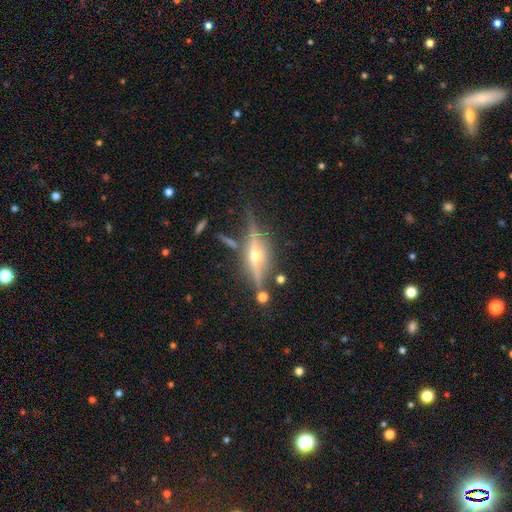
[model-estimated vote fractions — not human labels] Overall: featured or disk (80%). Edge-on disk: yes (95%). Edge-on bulge: rounded (95%). Merging: none (79%).